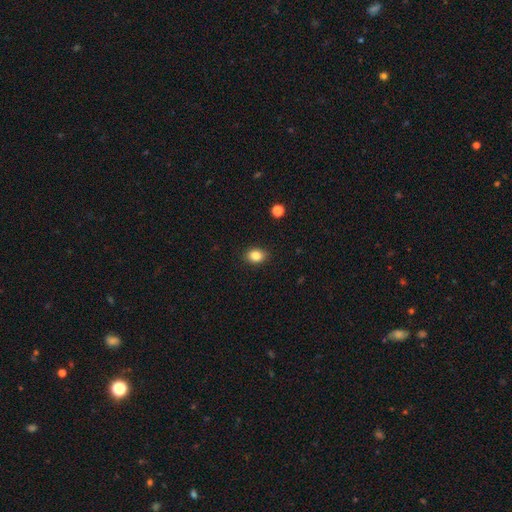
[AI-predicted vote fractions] smooth-or-featured: smooth: 84% | star or artifact: 10% | featured or disk: 6%
  how-rounded: in between: 59% | round: 40% | cigar-shaped: 1%
  merging: none: 88% | minor disturbance: 8% | major disturbance: 2% | merger: 1%